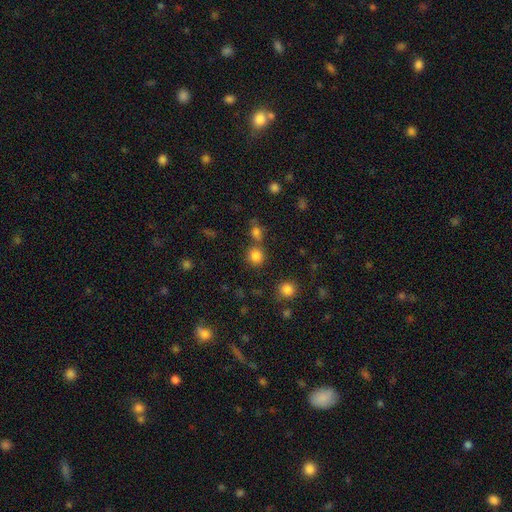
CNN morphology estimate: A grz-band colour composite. It shows a smooth galaxy with no disk features (82%) that is round (90%). Merging: none (73%).